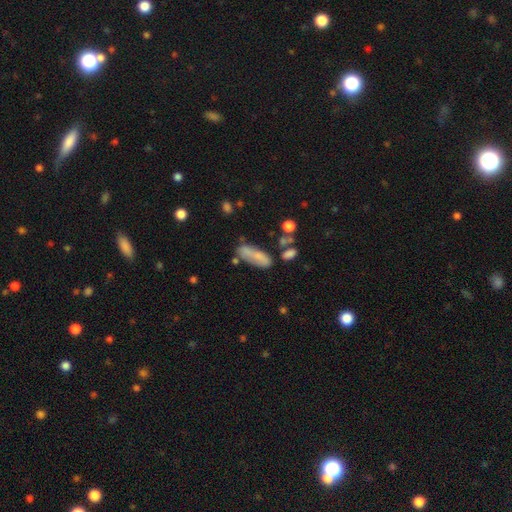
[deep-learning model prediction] smooth 69%, featured or disk 22%, star or artifact 9%. Down the decision tree: how rounded — in between (59%); merging — none (54%).